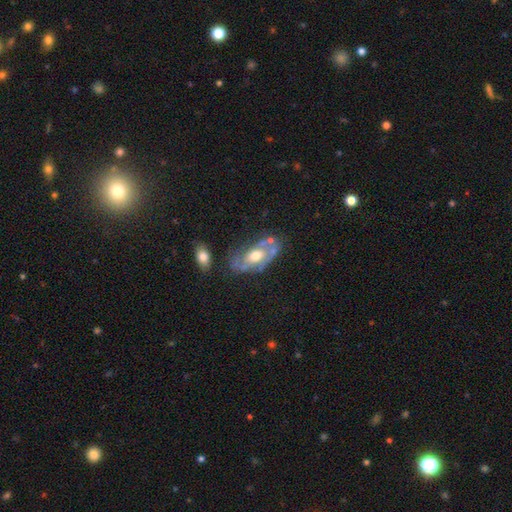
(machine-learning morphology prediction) This appears to be a featured or disk galaxy (64%) with no bar (76%), spiral arms (52%) and a moderate central bulge (70%). Merging: none (49%).